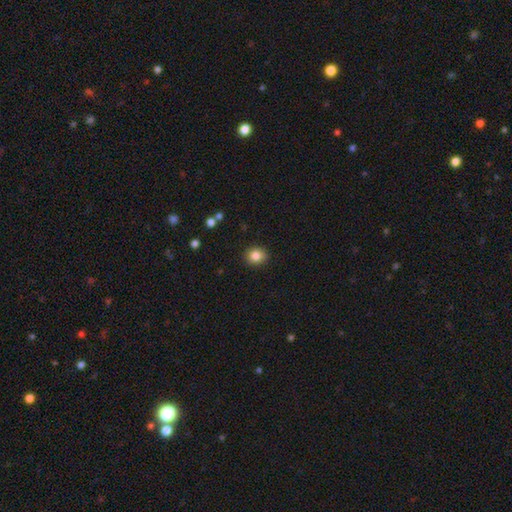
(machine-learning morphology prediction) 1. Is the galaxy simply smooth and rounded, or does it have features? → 84% smooth, 10% star or artifact, 6% featured or disk.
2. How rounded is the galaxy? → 72% round, 27% in between, 1% cigar-shaped.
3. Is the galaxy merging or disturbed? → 90% none, 7% minor disturbance, 2% major disturbance, 1% merger.